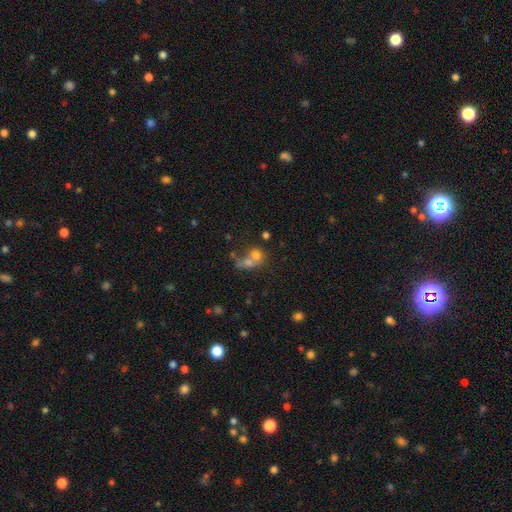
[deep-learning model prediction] This is likely a smooth galaxy (66%). How rounded: likely round (64%). Merging: possibly merger (60%).